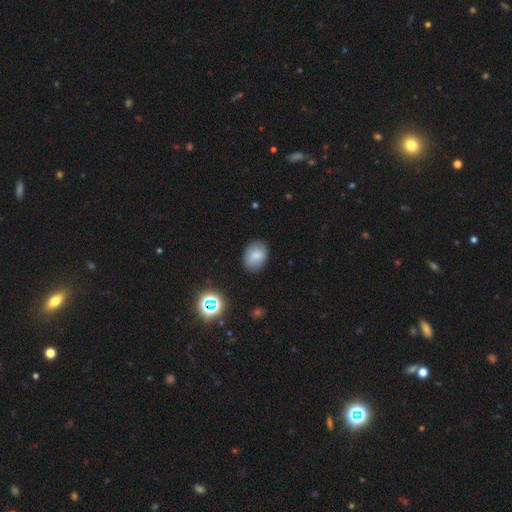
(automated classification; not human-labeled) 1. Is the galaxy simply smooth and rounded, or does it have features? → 79% smooth, 11% star or artifact, 10% featured or disk.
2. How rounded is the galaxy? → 73% in between, 26% round, 1% cigar-shaped.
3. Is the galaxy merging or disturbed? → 85% none, 11% minor disturbance, 3% major disturbance, 1% merger.